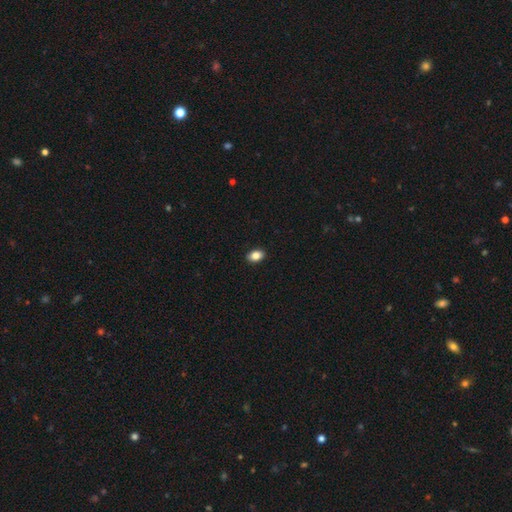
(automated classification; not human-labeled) Smooth or featured: smooth — 85% (star or artifact — 8%)
How rounded: in between — 83% (round — 16%)
Merging: none — 91% (minor disturbance — 7%)